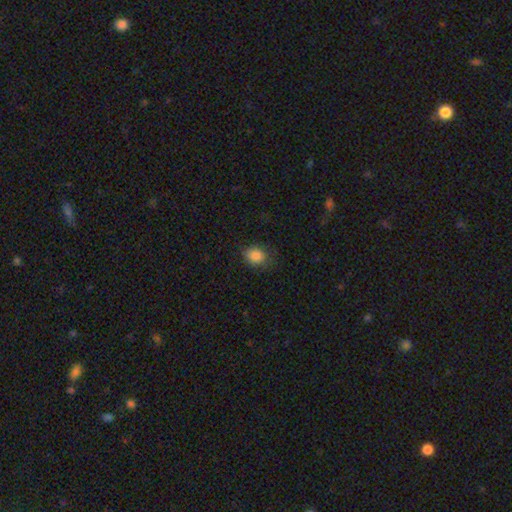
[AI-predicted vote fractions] Smooth or featured?
  - smooth: 84% *
  - star or artifact: 10%
  - featured or disk: 6%
How rounded?
  - round: 56% *
  - in between: 43%
  - cigar-shaped: 1%
Merging?
  - none: 76% *
  - minor disturbance: 18%
  - major disturbance: 5%
  - merger: 1%